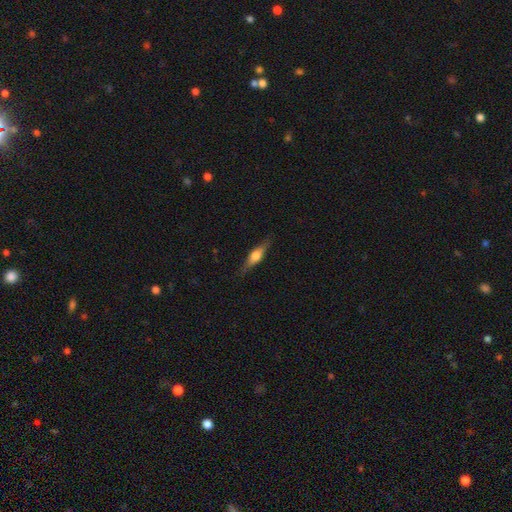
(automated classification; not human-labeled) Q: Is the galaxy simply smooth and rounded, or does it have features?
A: featured or disk — 57%.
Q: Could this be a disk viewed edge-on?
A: yes — 95%.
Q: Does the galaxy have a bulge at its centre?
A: rounded — 91%.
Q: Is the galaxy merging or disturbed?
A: none — 85%.